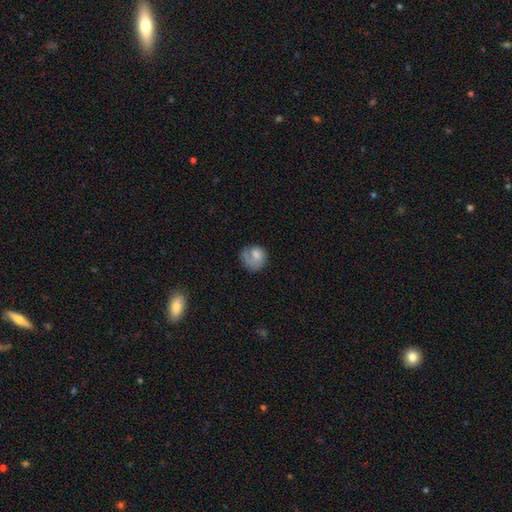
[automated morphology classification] smooth-or-featured: smooth: 58% | featured or disk: 34% | star or artifact: 8%
  how-rounded: round: 69% | in between: 30% | cigar-shaped: 1%
  merging: none: 46% | major disturbance: 28% | minor disturbance: 22% | merger: 4%